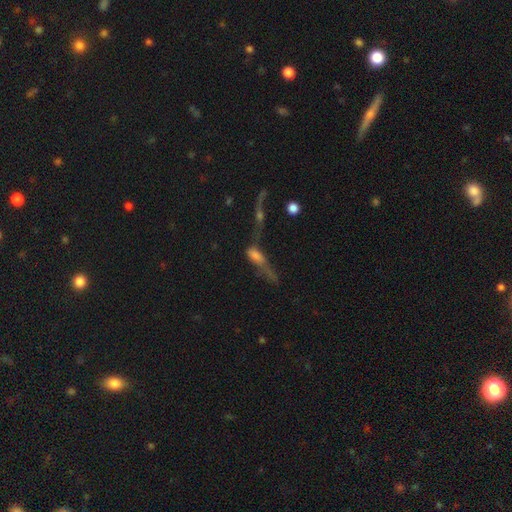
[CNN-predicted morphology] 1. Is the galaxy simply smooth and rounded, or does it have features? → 53% smooth, 32% featured or disk, 14% star or artifact.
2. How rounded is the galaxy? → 61% in between, 32% cigar-shaped, 7% round.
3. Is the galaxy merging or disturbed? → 40% merger, 33% major disturbance, 15% none, 12% minor disturbance.